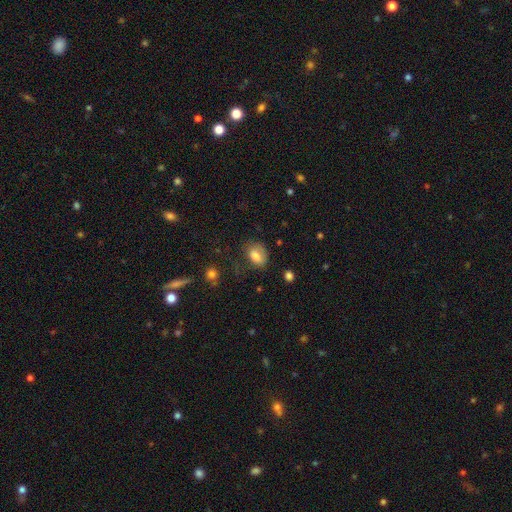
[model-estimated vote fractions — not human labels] Morphology: type=smooth (79%); roundness=in between (82%); merging=none (59%).